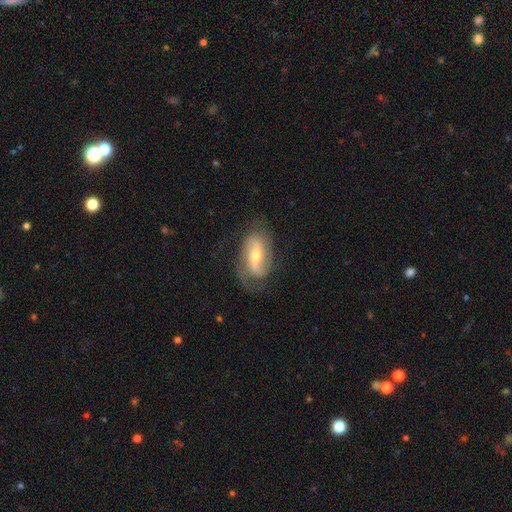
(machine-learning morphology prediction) This appears to be a featured or disk galaxy (75%) with a weak bar (37%), 2 (73%) loose (41%) spiral arms (90%) and a moderate central bulge (48%). Merging: none (66%).